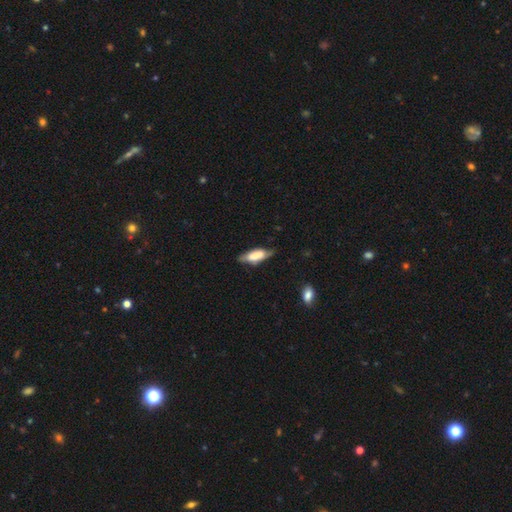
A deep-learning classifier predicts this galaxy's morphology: Smooth or featured: smooth — 64% (featured or disk — 29%)
How rounded: in between — 64% (cigar-shaped — 34%)
Merging: none — 62% (minor disturbance — 28%)